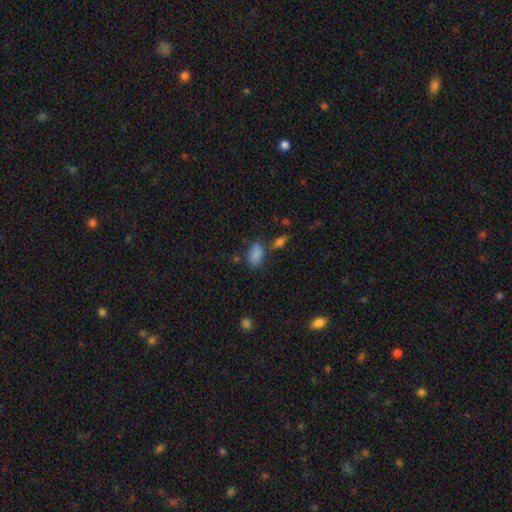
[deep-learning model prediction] Smooth or featured: smooth — 84% (star or artifact — 10%)
How rounded: in between — 91% (round — 6%)
Merging: none — 66% (minor disturbance — 17%)